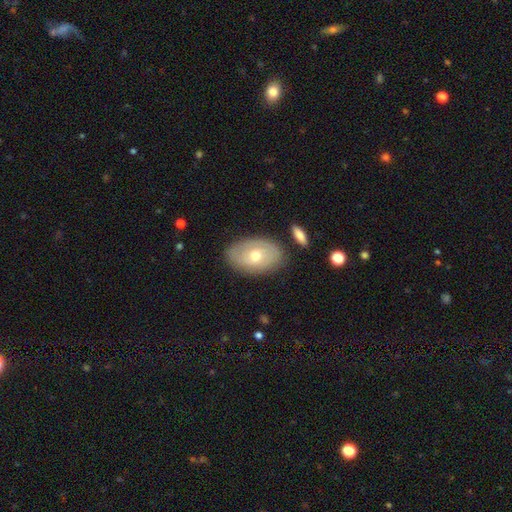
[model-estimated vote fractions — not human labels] Smooth or featured?
  - featured or disk: 48% *
  - smooth: 45%
  - star or artifact: 7%
Merging?
  - none: 79% *
  - minor disturbance: 15%
  - major disturbance: 4%
  - merger: 2%